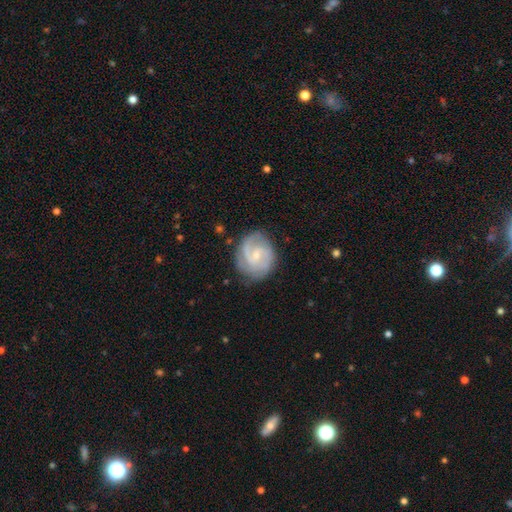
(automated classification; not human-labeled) A featured or disk galaxy (82%) with a weak bar (48%), 2 (59%) medium (48%) spiral arms (96%) and a small central bulge (69%). Merging: none (76%).